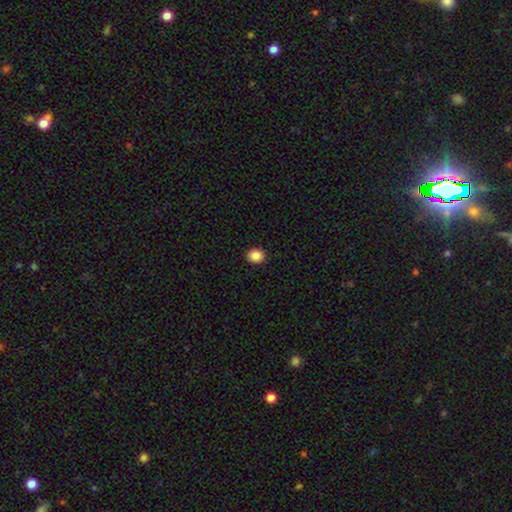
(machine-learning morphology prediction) Smooth or featured? smooth (87%)
How rounded? round (76%)
Merging? none (93%)